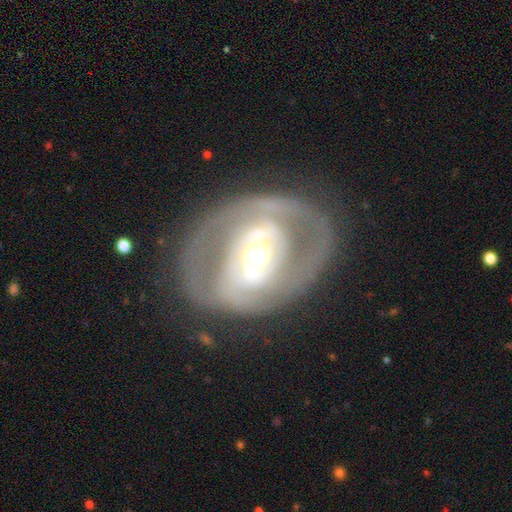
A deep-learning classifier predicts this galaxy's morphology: The model was most divided on "bar": strong: 38%, weak: 35%, no: 27%. More confident: edge-on disk — no (95%); smooth or featured — featured or disk (81%); merging — none (70%); spiral arms — yes (69%); spiral arm count — 2 (57%); bulge size — moderate (56%); spiral winding — tight (52%).